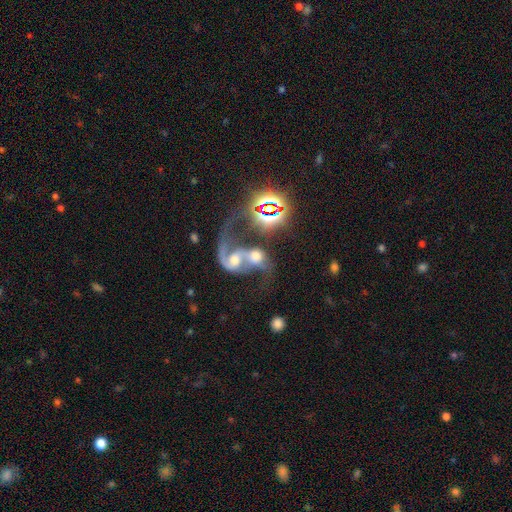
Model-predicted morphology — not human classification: Overall: featured or disk (61%; smooth 22%). Edge-on disk: no (97%). Bar: no (63%; weak 25%). Spiral arms: yes (79%). Bulge size: moderate (51%; large 19%). Merging: merger (77%).